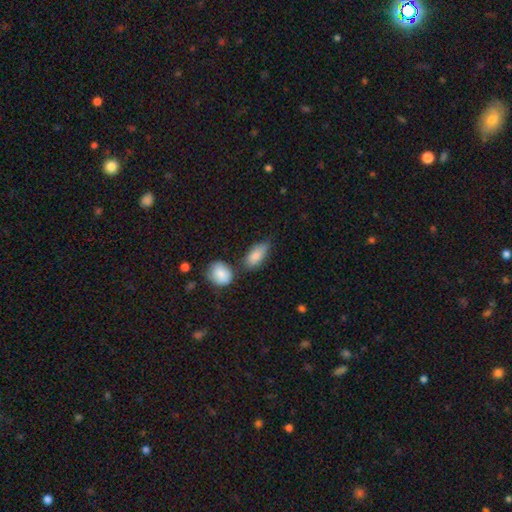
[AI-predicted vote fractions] smooth 83%, featured or disk 10%, star or artifact 7%. Down the decision tree: how rounded — in between (85%); merging — none (50%).